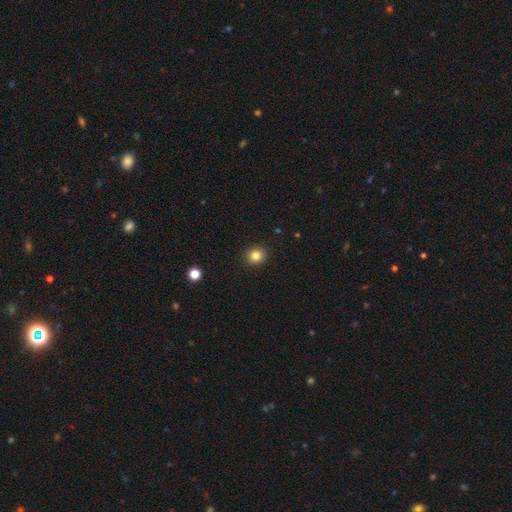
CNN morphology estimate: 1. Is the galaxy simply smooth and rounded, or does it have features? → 84% smooth, 12% star or artifact, 5% featured or disk.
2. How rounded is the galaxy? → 81% round, 18% in between, 1% cigar-shaped.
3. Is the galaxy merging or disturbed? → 91% none, 6% minor disturbance, 2% major disturbance, 1% merger.